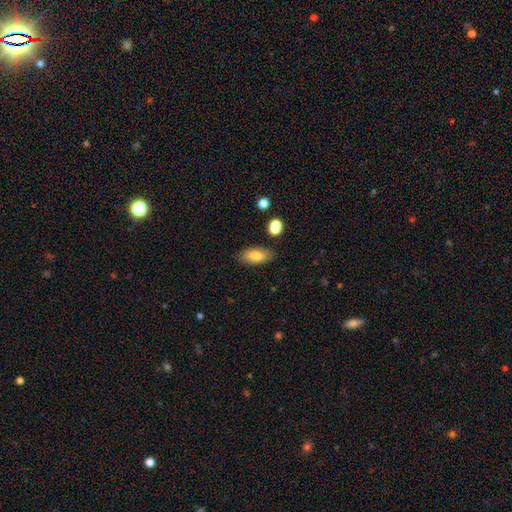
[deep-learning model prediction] smooth 80%, featured or disk 12%, star or artifact 8%. Down the decision tree: how rounded — in between (88%); merging — none (83%).